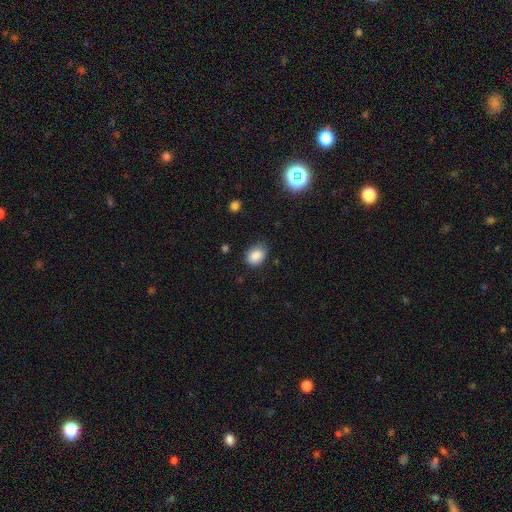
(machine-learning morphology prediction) type=smooth (86%); roundness=in between (71%); merging=none (73%).